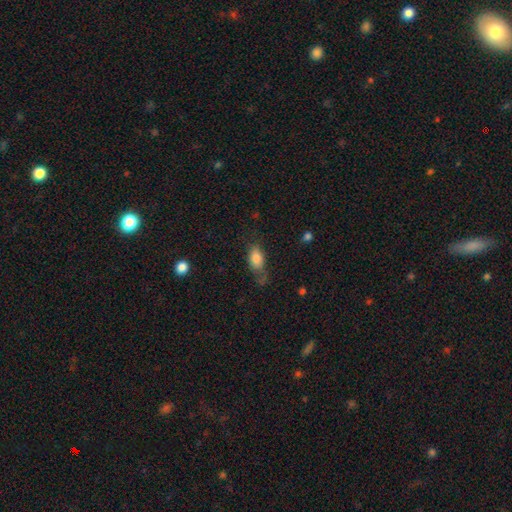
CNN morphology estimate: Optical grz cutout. It shows a smooth galaxy with no disk features (80%) that is in between round and cigar-shaped (87%). Merging: none (53%).